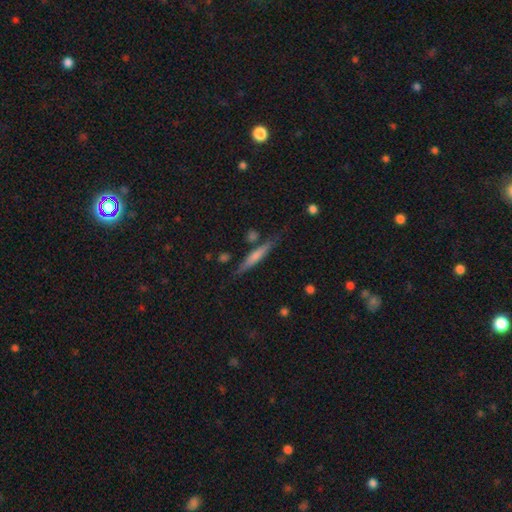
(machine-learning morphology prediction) Smooth or featured: smooth — 54% (featured or disk — 40%)
How rounded: cigar-shaped — 92% (in between — 6%)
Merging: none — 79% (minor disturbance — 13%)